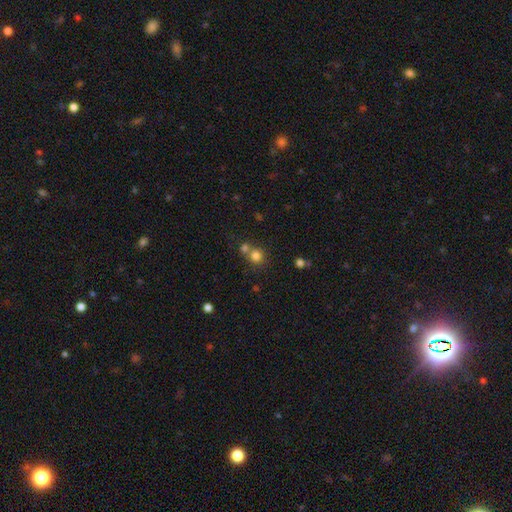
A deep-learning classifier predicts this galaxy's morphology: Overall: smooth (78%). How rounded: round (89%). Merging: none (54%; merger 36%).